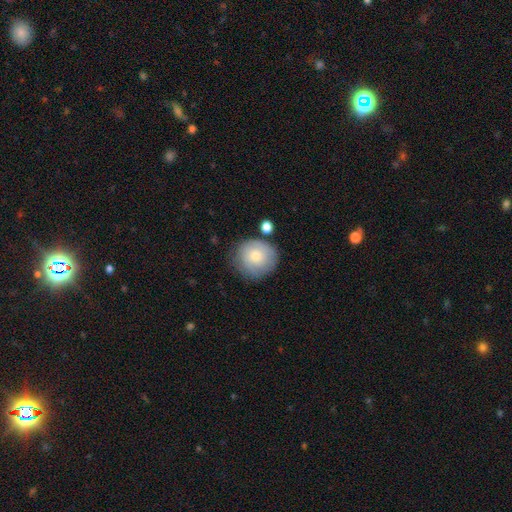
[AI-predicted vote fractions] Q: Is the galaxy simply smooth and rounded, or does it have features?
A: smooth — 73%.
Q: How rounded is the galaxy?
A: round — 89%.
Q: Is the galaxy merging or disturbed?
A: none — 70%.